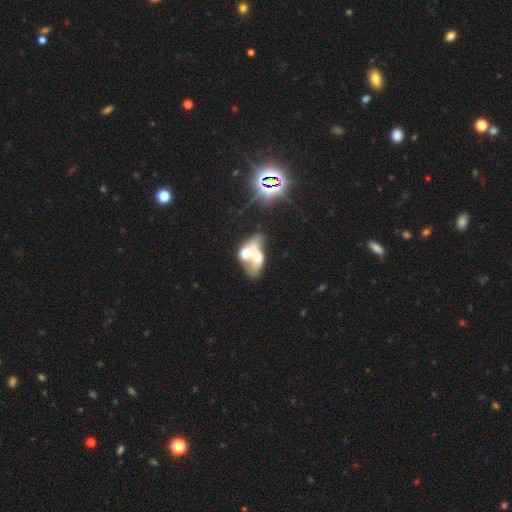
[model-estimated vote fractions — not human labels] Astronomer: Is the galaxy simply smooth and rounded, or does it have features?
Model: featured or disk — 46% (runner-up: smooth, 41%).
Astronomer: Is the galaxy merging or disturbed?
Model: merger — 78%.